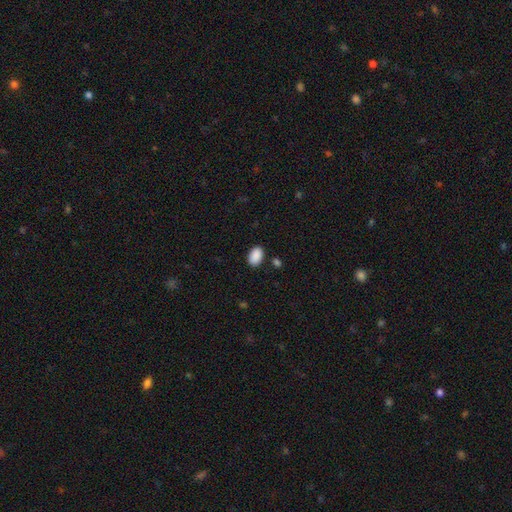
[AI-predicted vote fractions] Morphology: type=smooth (90%); roundness=in between (90%); merging=none (85%).